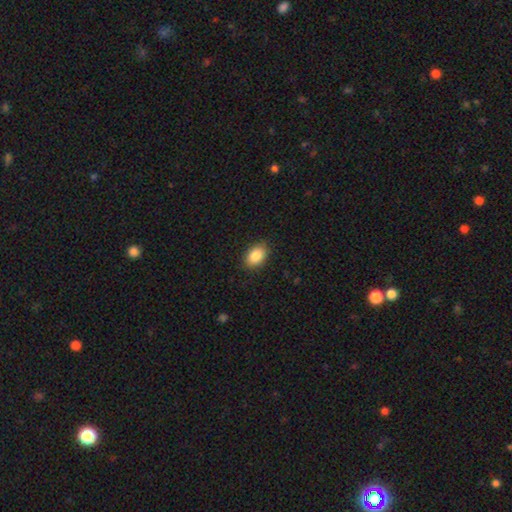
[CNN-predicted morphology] A smooth galaxy with no disk features (87%) that is in between round and cigar-shaped (85%).

Vote fractions:
- Smooth or featured? smooth: 87% / star or artifact: 7% / featured or disk: 5%
- How rounded? in between: 85% / round: 14% / cigar-shaped: 1%
- Merging? none: 88% / minor disturbance: 9% / major disturbance: 2% / merger: 1%